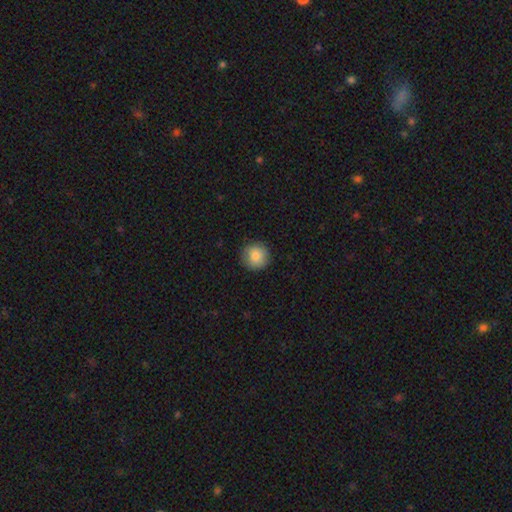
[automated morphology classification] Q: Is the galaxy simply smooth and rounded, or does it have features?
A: smooth — 85%.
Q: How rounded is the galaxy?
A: round — 95%.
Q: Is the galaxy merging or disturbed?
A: none — 89%.